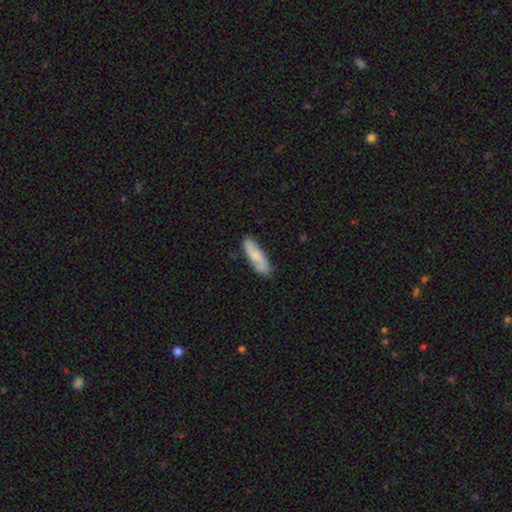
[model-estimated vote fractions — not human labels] Smooth or featured? smooth (63%)
How rounded? cigar-shaped (55%)
Merging? none (79%)